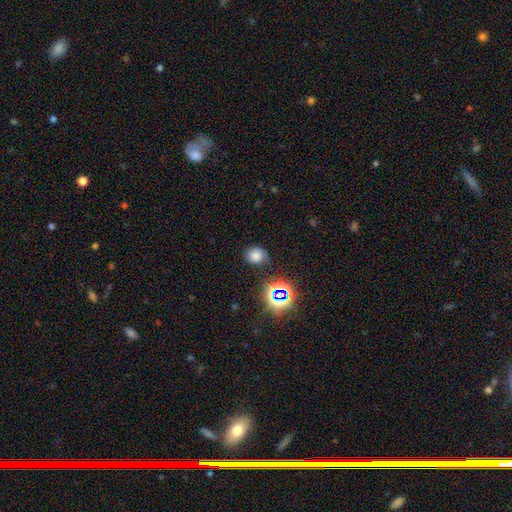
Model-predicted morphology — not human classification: A smooth galaxy with no disk features (70%) that is round (70%). Merging: none (77%).